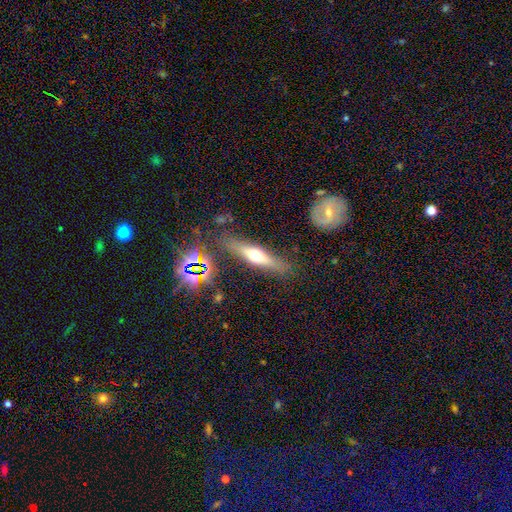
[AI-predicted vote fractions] A featured or disk galaxy (53%) viewed edge-on (89%). Merging: none (83%).